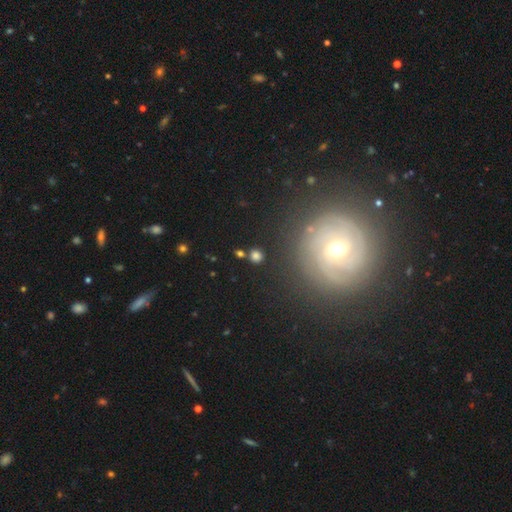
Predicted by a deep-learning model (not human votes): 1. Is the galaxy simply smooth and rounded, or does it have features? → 75% smooth, 18% star or artifact, 7% featured or disk.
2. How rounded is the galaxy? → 81% round, 17% in between, 1% cigar-shaped.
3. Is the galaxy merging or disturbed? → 83% none, 8% minor disturbance, 5% merger, 4% major disturbance.